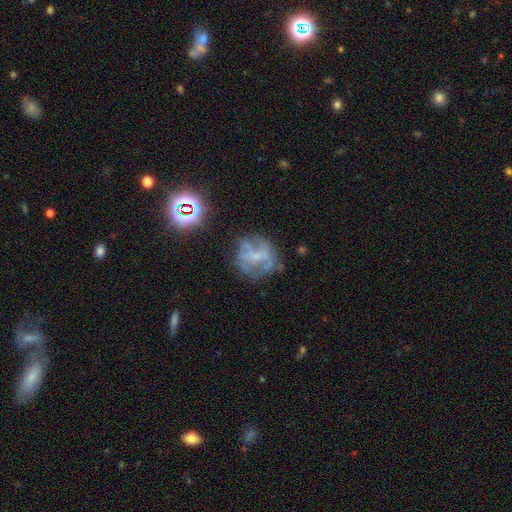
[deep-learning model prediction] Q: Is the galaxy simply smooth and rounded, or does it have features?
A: featured or disk — 55%.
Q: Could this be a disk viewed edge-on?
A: no — 97%.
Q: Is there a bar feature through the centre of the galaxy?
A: no — 62%.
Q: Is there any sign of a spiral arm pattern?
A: no — 60%.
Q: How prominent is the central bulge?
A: none — 42%.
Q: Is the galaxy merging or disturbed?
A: none — 60%.